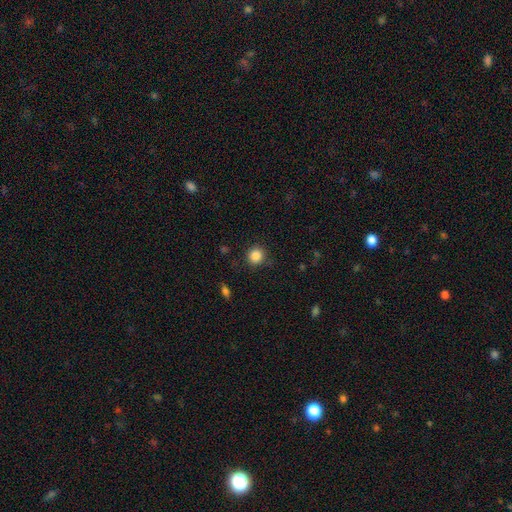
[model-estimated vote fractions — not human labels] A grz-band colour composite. It shows a smooth galaxy with no disk features (86%) that is round (91%). Merging: none (87%).